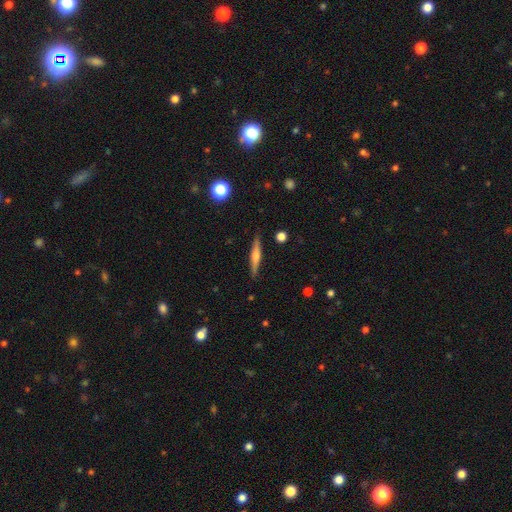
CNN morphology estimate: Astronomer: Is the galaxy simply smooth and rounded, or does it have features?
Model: featured or disk — 60%.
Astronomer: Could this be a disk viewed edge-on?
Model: yes — 97%.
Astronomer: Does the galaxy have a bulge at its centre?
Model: rounded — 82%.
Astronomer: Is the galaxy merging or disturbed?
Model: none — 89%.